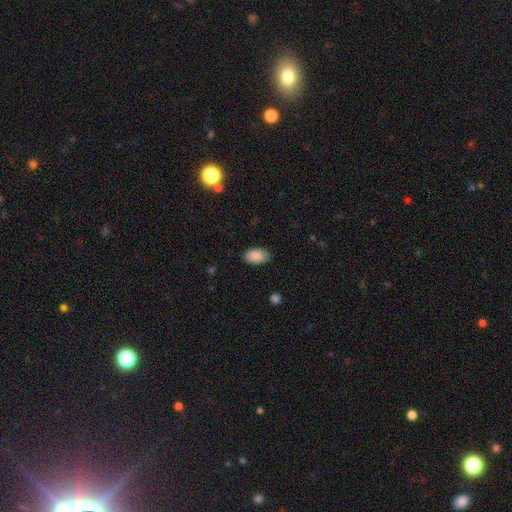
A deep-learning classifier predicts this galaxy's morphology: Q: Smooth or featured?
A: smooth (89%); runner-up: star or artifact (7%)
Q: How rounded?
A: in between (94%); runner-up: round (5%)
Q: Merging?
A: none (85%); runner-up: minor disturbance (12%)